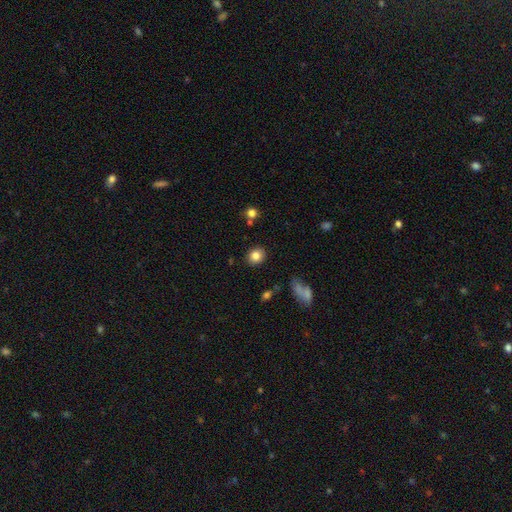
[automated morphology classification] The model was most divided on "how rounded": round: 70%, in between: 29%, cigar-shaped: 1%. More confident: merging — none (88%); smooth or featured — smooth (83%).